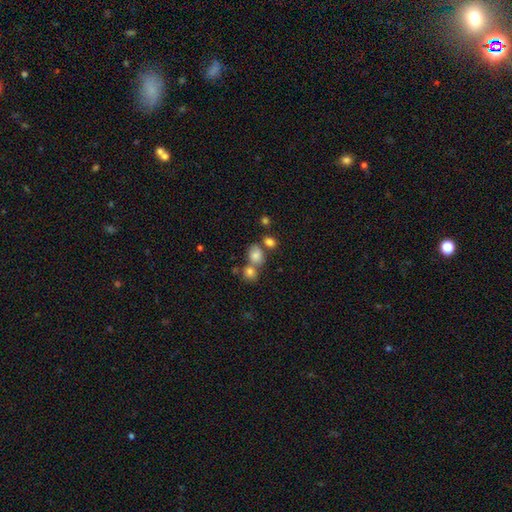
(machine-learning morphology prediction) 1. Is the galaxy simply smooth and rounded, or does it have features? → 74% smooth, 16% star or artifact, 10% featured or disk.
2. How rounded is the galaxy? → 53% round, 45% in between, 2% cigar-shaped.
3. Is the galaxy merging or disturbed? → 49% none, 35% merger, 11% minor disturbance, 5% major disturbance.